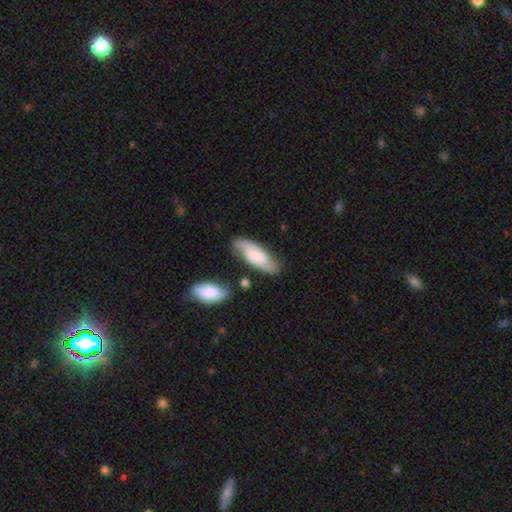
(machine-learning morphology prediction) Q: Smooth or featured?
A: featured or disk (47%); tied with: smooth (47%)
Q: Merging?
A: none (73%); runner-up: minor disturbance (17%)